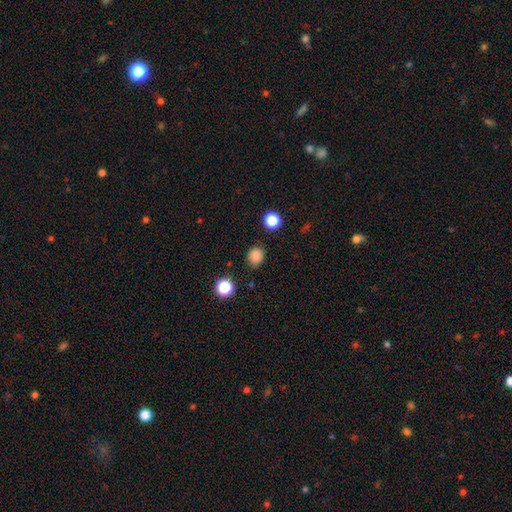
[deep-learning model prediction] This appears to be a smooth galaxy with no disk features (83%) that is round (75%). Merging: none (82%).